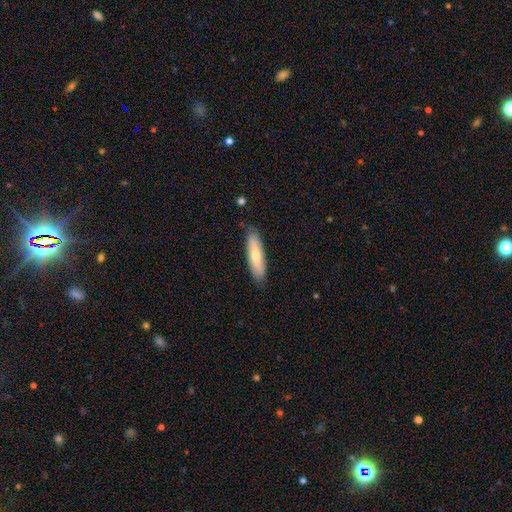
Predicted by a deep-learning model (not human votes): This appears to be a smooth galaxy with no disk features (69%) that is cigar-shaped (67%). Merging: none (85%).